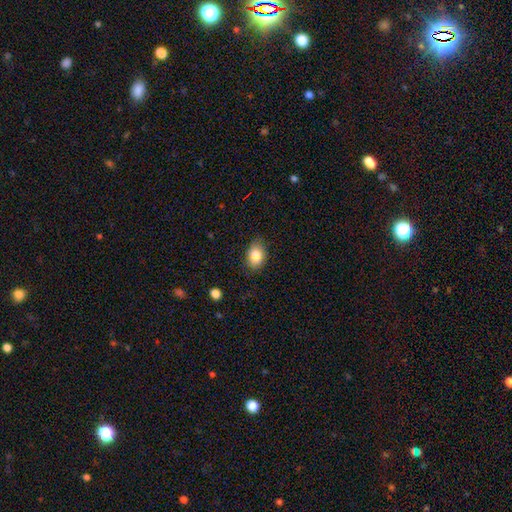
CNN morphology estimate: Smooth or featured: smooth — 82% (featured or disk — 10%)
How rounded: in between — 80% (round — 19%)
Merging: none — 76% (minor disturbance — 17%)